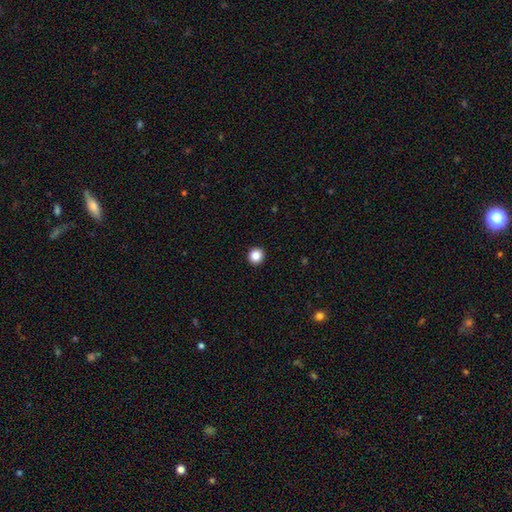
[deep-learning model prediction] smooth 86%, star or artifact 10%, featured or disk 4%. Down the decision tree: how rounded — round (92%); merging — none (94%).